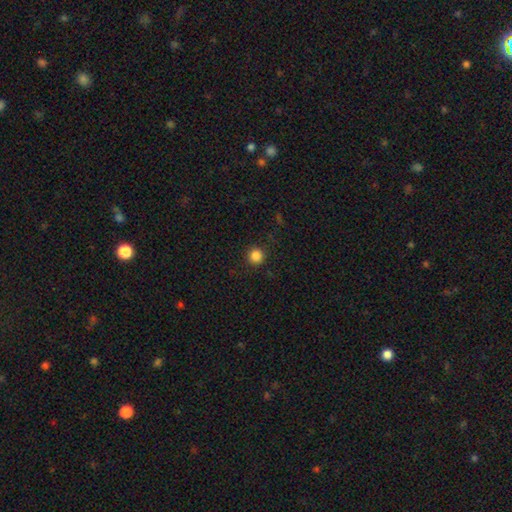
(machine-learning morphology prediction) A smooth galaxy with no disk features (85%) that is round (95%). Merging: none (91%).